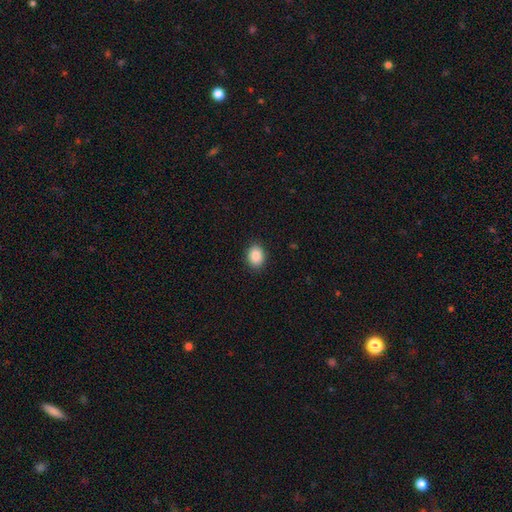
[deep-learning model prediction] A smooth galaxy with no disk features (89%) that is in between round and cigar-shaped (61%).

Vote fractions:
- Smooth or featured? smooth: 89% / star or artifact: 8% / featured or disk: 3%
- How rounded? in between: 61% / round: 39% / cigar-shaped: 1%
- Merging? none: 89% / minor disturbance: 8% / major disturbance: 2% / merger: 1%